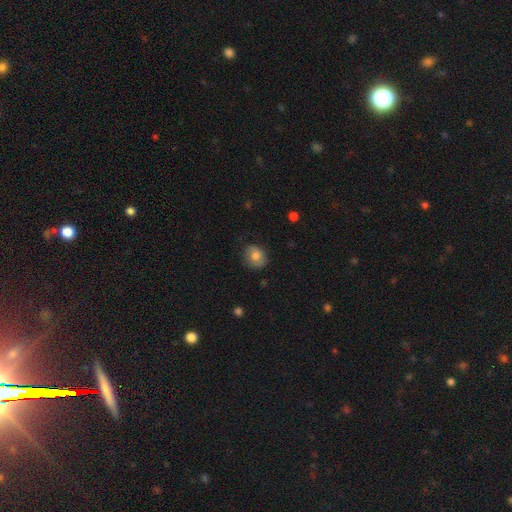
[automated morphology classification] The model was most divided on "how rounded": round: 67%, in between: 32%, cigar-shaped: 1%. More confident: smooth or featured — smooth (76%); merging — none (75%).